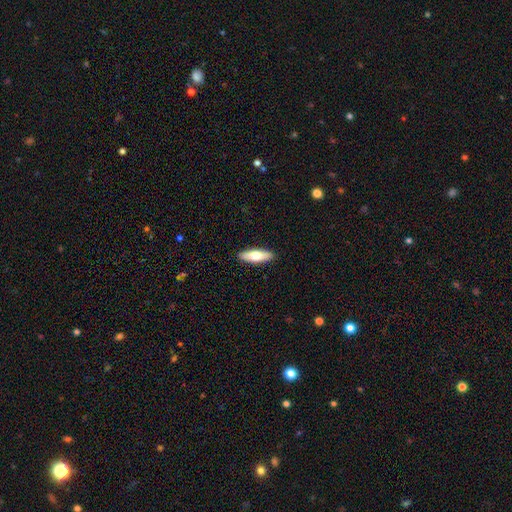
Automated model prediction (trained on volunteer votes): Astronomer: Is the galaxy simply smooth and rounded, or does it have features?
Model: smooth — 71%.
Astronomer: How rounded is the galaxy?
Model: in between — 50% (runner-up: cigar-shaped, 48%).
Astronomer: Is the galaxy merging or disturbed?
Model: none — 91%.